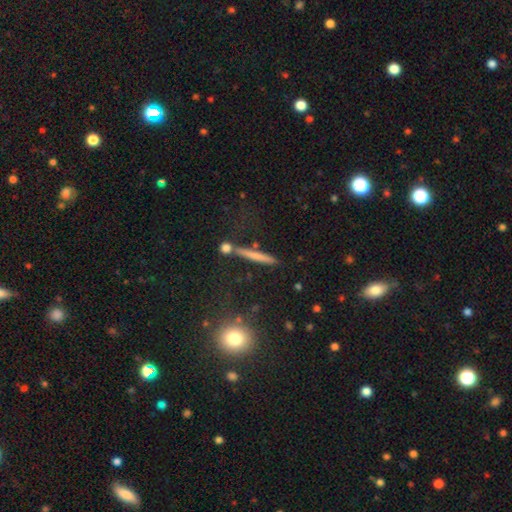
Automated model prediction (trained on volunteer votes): Smooth or featured: smooth — 60% (featured or disk — 31%)
How rounded: cigar-shaped — 92% (in between — 5%)
Merging: none — 82% (minor disturbance — 9%)